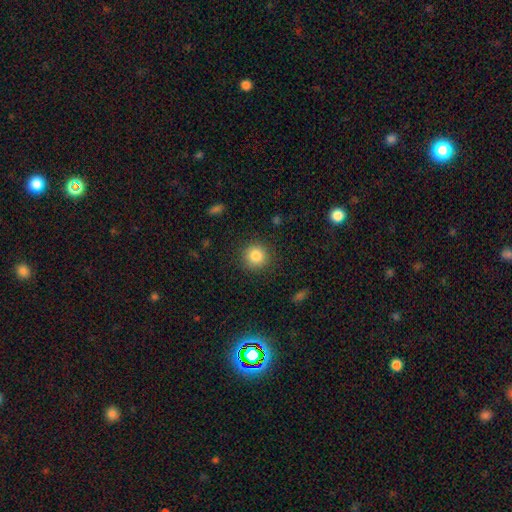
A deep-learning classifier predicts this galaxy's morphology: A smooth galaxy with no disk features (85%) that is round (93%).

Vote fractions:
- Smooth or featured? smooth: 85% / star or artifact: 10% / featured or disk: 5%
- How rounded? round: 93% / in between: 6% / cigar-shaped: 1%
- Merging? none: 90% / minor disturbance: 6% / major disturbance: 2% / merger: 1%